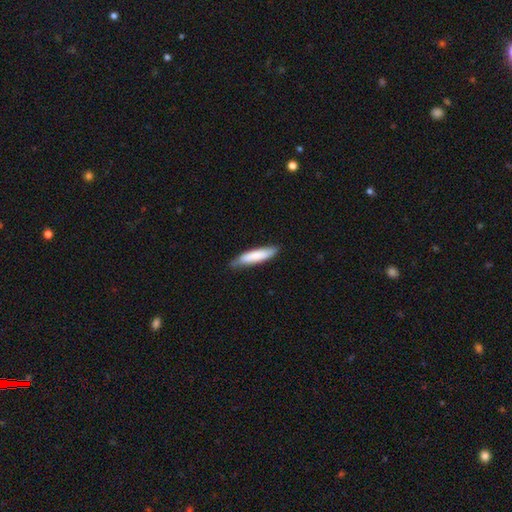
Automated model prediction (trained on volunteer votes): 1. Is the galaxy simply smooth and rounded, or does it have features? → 75% smooth, 20% featured or disk, 5% star or artifact.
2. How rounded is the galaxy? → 77% cigar-shaped, 22% in between, 1% round.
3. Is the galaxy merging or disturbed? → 78% none, 19% minor disturbance, 2% major disturbance, 1% merger.